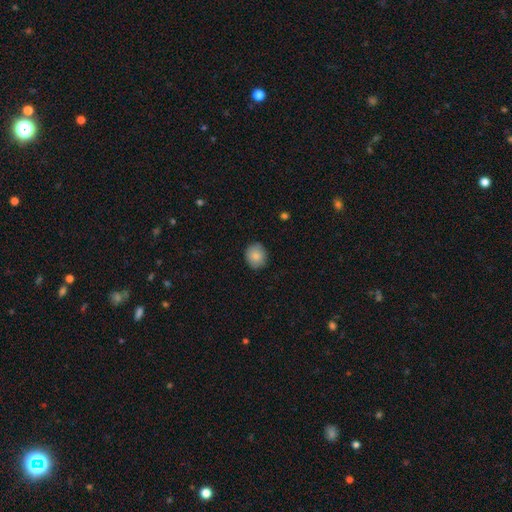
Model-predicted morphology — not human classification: A smooth galaxy with no disk features (87%) that is round (80%). Merging: none (87%).